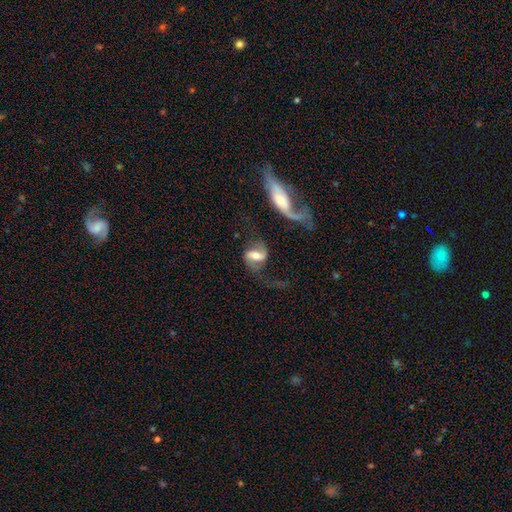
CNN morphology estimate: type=featured or disk (78%); edge-on=no (95%); bar=weak (45%); spiral arms=yes (93%); winding=loose (64%); arm count=2 (90%); bulge=moderate (52%); merging=none (51%).